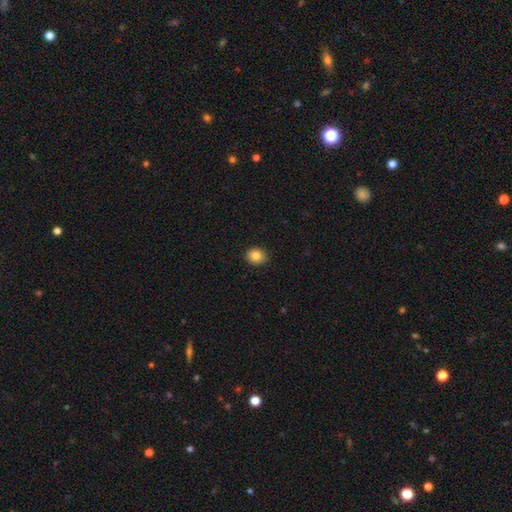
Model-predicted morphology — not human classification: Smooth or featured? smooth (85%)
How rounded? round (70%)
Merging? none (89%)